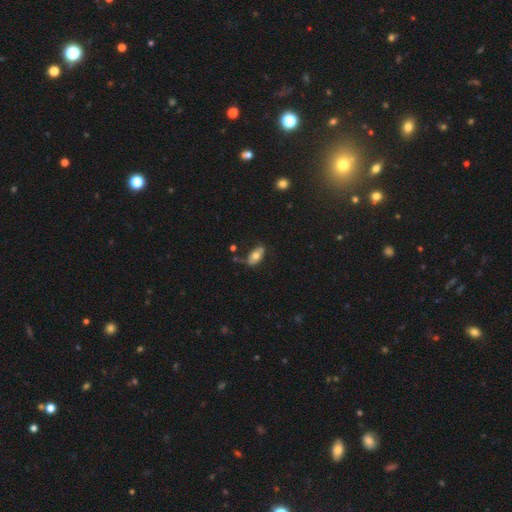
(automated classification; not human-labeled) smooth 65%, featured or disk 28%, star or artifact 7%. Down the decision tree: how rounded — in between (88%); merging — none (58%).